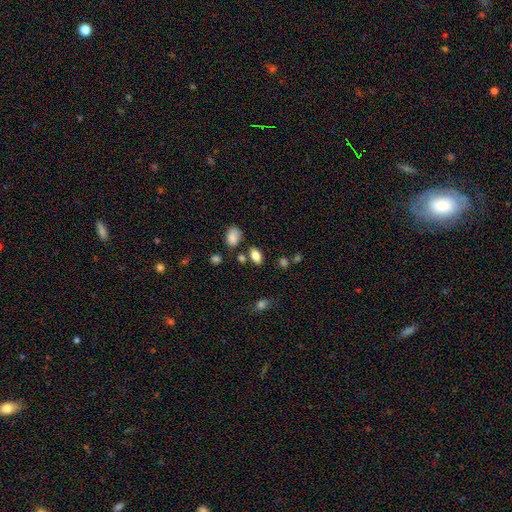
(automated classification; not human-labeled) smooth-or-featured: smooth: 81% | featured or disk: 10% | star or artifact: 10%
  how-rounded: in between: 89% | round: 8% | cigar-shaped: 3%
  merging: none: 77% | minor disturbance: 11% | merger: 8% | major disturbance: 3%